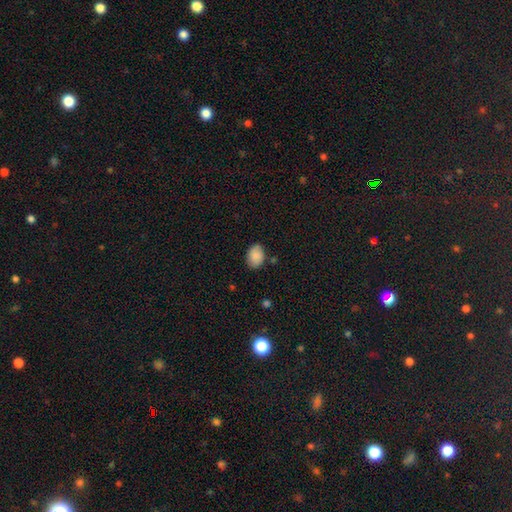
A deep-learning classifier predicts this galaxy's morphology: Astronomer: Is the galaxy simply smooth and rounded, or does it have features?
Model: smooth — 88%.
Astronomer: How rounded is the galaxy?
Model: in between — 77%.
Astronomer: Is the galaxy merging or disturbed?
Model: none — 80%.